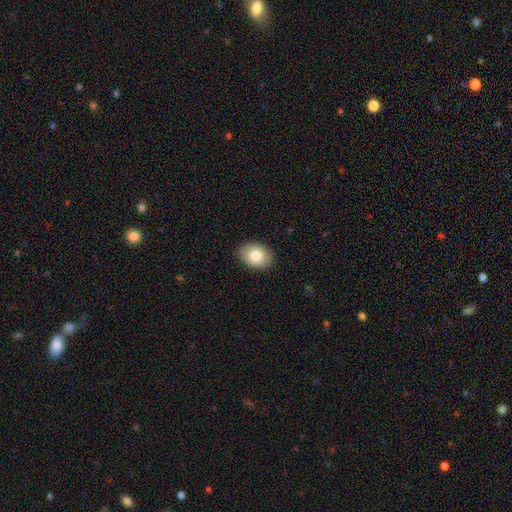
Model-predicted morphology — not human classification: smooth 81%, featured or disk 11%, star or artifact 8%. Down the decision tree: how rounded — in between (73%); merging — none (88%).